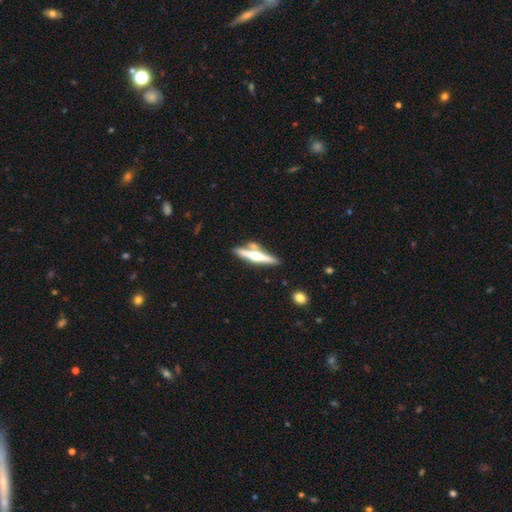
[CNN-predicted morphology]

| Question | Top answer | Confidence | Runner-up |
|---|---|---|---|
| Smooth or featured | featured or disk | 66% | smooth (29%) |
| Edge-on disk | yes | 97% | no (3%) |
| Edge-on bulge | rounded | 88% | boxy (6%) |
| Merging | none | 72% | merger (14%) |